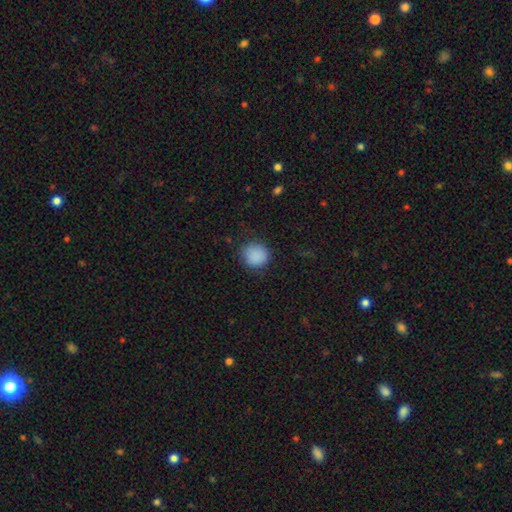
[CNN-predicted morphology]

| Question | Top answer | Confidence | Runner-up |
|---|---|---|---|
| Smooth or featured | smooth | 88% | star or artifact (9%) |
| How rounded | round | 88% | in between (12%) |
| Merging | none | 83% | minor disturbance (12%) |